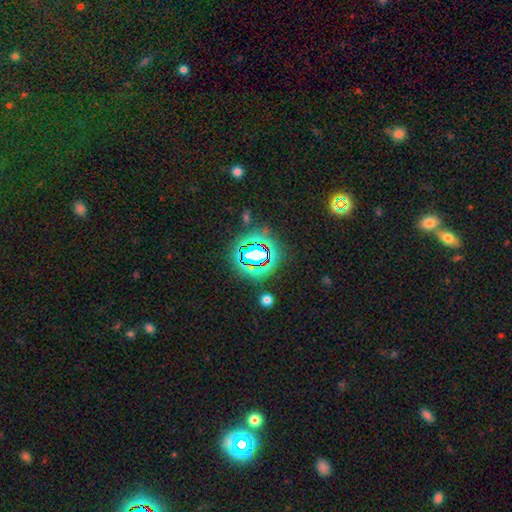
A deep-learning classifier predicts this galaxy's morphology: Smooth or featured: star or artifact — 72% (smooth — 18%)